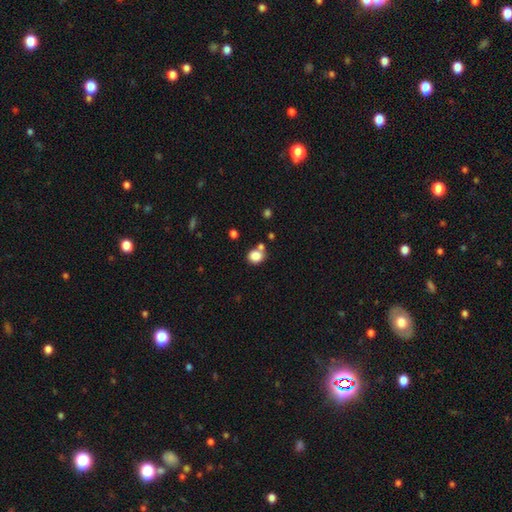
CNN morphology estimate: Q: Smooth or featured?
A: smooth (84%); runner-up: star or artifact (11%)
Q: How rounded?
A: round (70%); runner-up: in between (29%)
Q: Merging?
A: none (61%); runner-up: merger (21%)